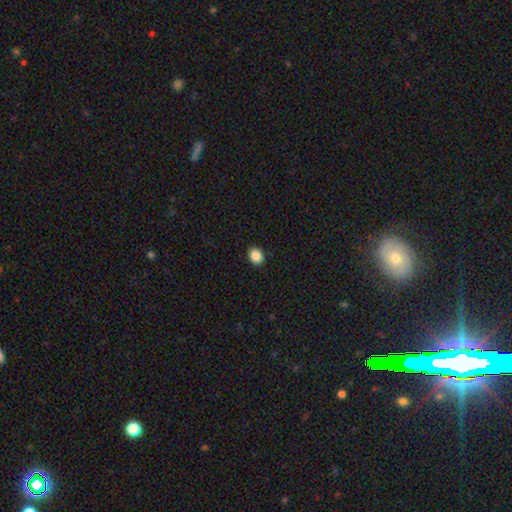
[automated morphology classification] smooth_or_featured: smooth (p=0.87) [alt: star or artifact p=0.09]
how_rounded: in between (p=0.54) [alt: round p=0.45]
merging: none (p=0.91) [alt: minor disturbance p=0.07]